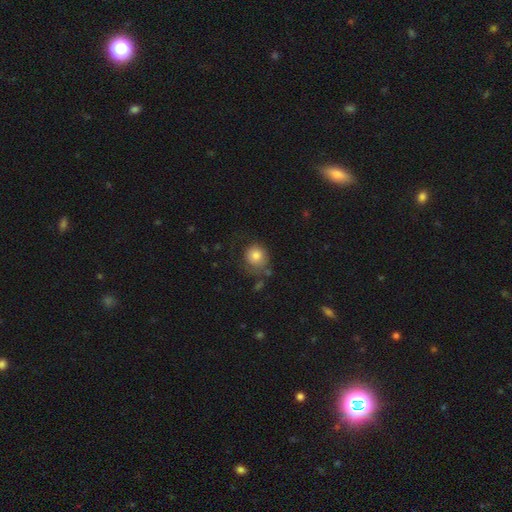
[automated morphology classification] Overall: smooth (81%). How rounded: round (84%). Merging: none (61%; minor disturbance 23%).